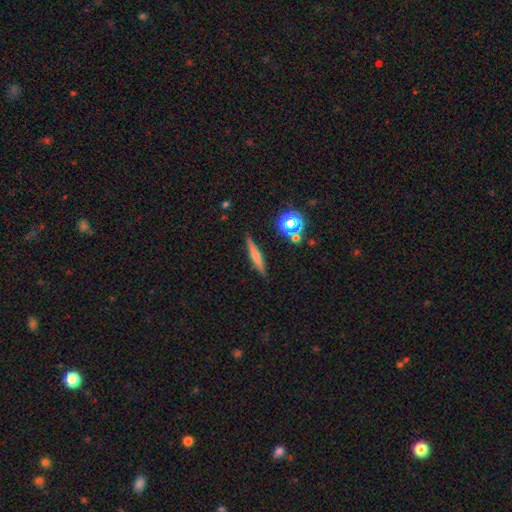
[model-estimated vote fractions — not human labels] Smooth or featured?
  - smooth: 55% *
  - featured or disk: 34%
  - star or artifact: 11%
How rounded?
  - cigar-shaped: 90% *
  - in between: 7%
  - round: 3%
Merging?
  - none: 86% *
  - minor disturbance: 9%
  - merger: 3%
  - major disturbance: 2%